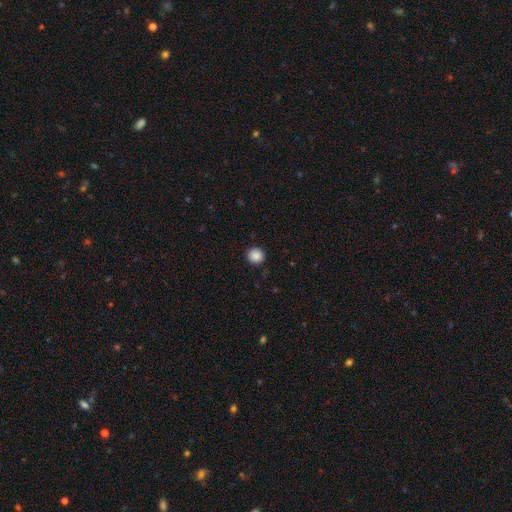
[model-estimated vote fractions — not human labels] This is clearly a smooth galaxy (88%). How rounded: clearly round (91%). Merging: clearly none (91%).